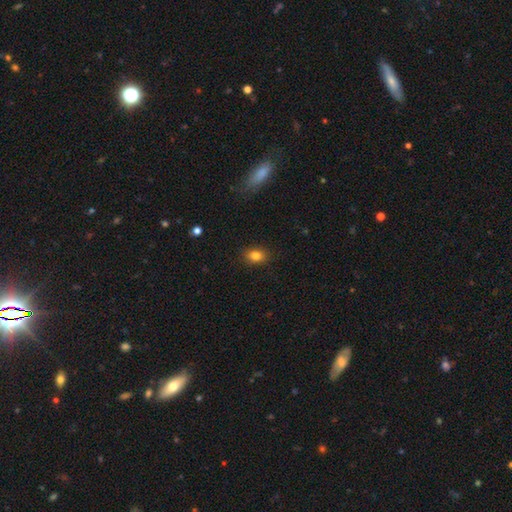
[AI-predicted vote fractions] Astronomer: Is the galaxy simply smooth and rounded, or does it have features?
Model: smooth — 83%.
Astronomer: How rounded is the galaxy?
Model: in between — 68%.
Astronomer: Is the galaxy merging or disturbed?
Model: none — 88%.